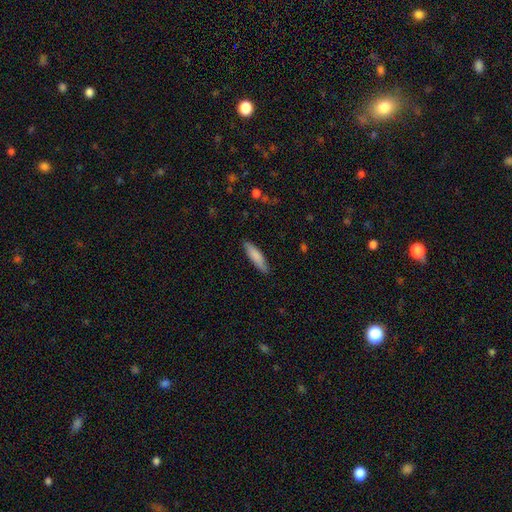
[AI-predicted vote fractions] Smooth or featured? smooth (81%)
How rounded? cigar-shaped (75%)
Merging? none (85%)